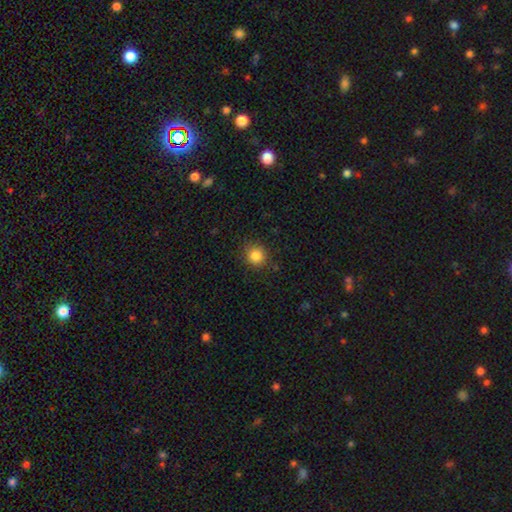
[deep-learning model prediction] smooth-or-featured: smooth: 84% | star or artifact: 11% | featured or disk: 5%
  how-rounded: round: 88% | in between: 11% | cigar-shaped: 1%
  merging: none: 86% | minor disturbance: 10% | major disturbance: 3% | merger: 1%